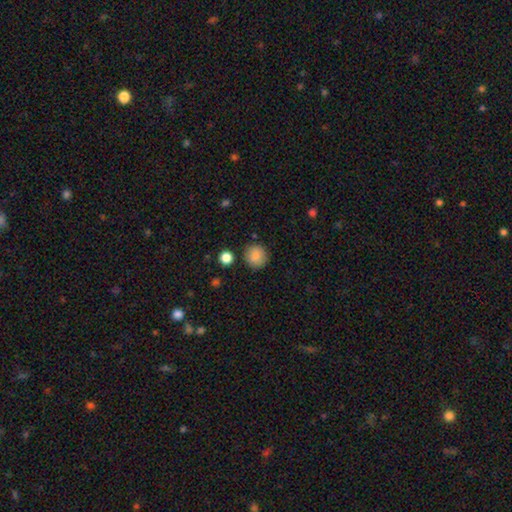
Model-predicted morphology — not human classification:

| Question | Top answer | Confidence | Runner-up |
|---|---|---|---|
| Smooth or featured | smooth | 85% | star or artifact (9%) |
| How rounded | round | 92% | in between (7%) |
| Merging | none | 88% | minor disturbance (7%) |